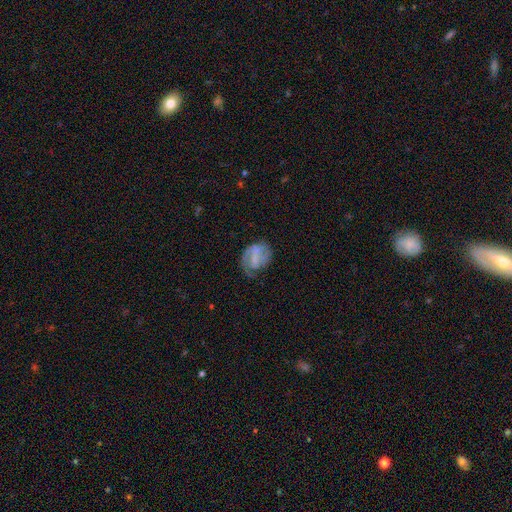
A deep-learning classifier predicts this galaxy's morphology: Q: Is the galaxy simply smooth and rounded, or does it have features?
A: featured or disk — 56%.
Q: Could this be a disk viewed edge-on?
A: no — 97%.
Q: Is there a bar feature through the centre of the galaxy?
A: weak — 42%.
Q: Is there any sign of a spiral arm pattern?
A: yes — 76%.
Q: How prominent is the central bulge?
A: none — 55%.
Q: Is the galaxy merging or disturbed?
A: none — 47%.